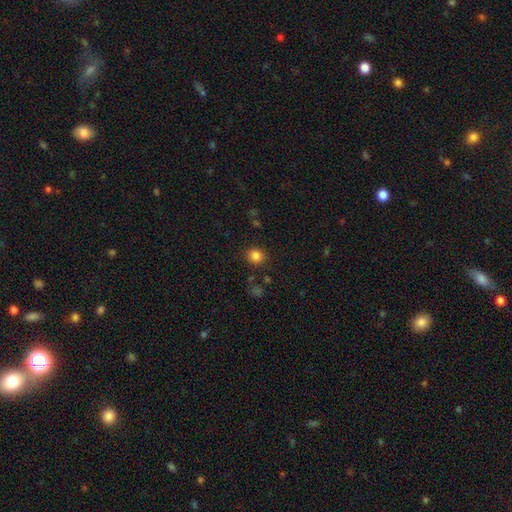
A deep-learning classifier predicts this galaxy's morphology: smooth-or-featured: smooth: 83% | star or artifact: 12% | featured or disk: 5%
  how-rounded: round: 86% | in between: 13% | cigar-shaped: 1%
  merging: none: 88% | minor disturbance: 7% | major disturbance: 3% | merger: 2%